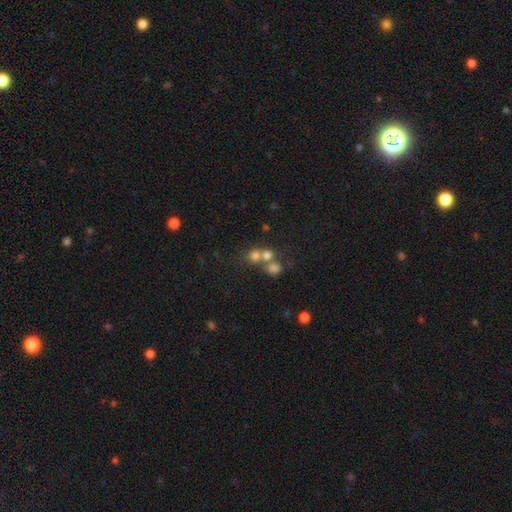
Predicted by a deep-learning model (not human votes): smooth 69%, star or artifact 18%, featured or disk 14%. Down the decision tree: how rounded — round (84%); merging — merger (46%).